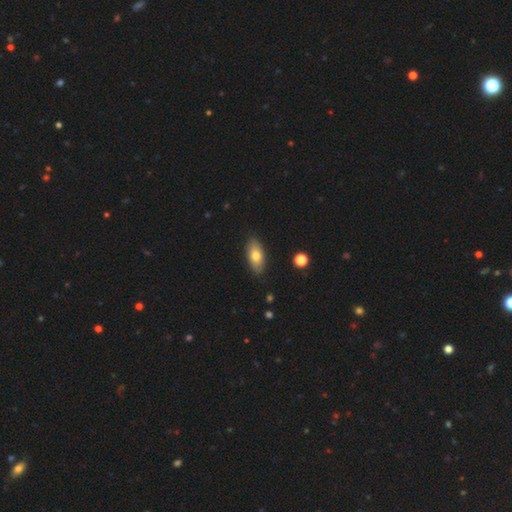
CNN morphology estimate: smooth 75%, featured or disk 19%, star or artifact 6%. Down the decision tree: how rounded — in between (88%); merging — none (86%).